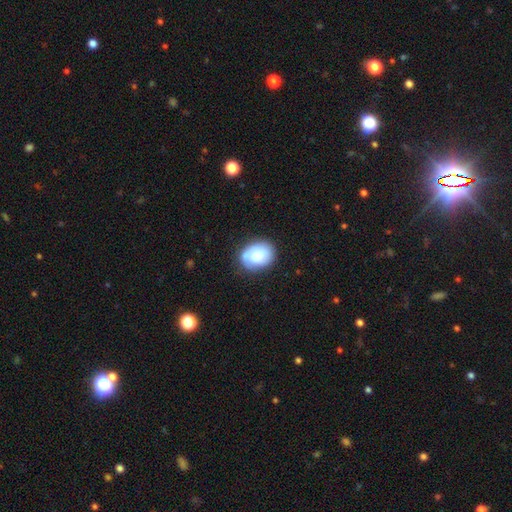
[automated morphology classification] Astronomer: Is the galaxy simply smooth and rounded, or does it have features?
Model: smooth — 68%.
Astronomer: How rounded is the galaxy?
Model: in between — 56% (runner-up: round, 43%).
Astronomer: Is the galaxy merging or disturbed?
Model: none — 71%.